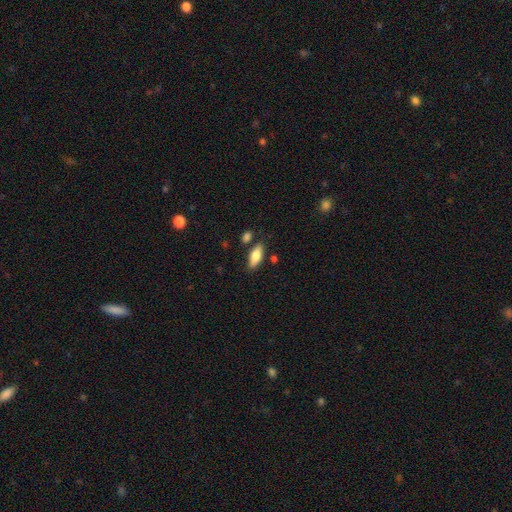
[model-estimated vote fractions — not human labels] This is likely a smooth galaxy (77%). How rounded: likely in between (77%). Merging: likely none (80%).